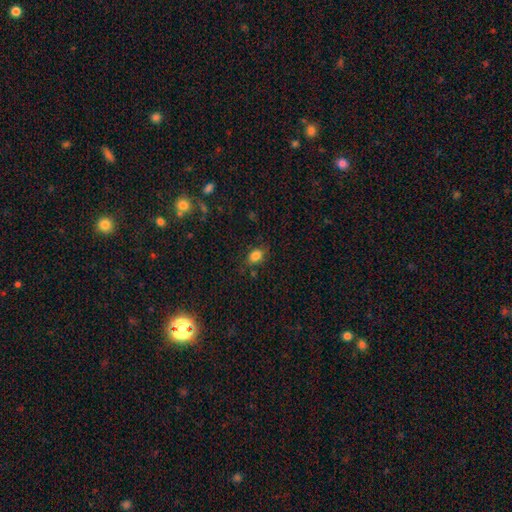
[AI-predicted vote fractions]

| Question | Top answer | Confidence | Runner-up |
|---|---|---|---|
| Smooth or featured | smooth | 82% | star or artifact (11%) |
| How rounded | in between | 67% | round (31%) |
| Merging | none | 75% | minor disturbance (17%) |